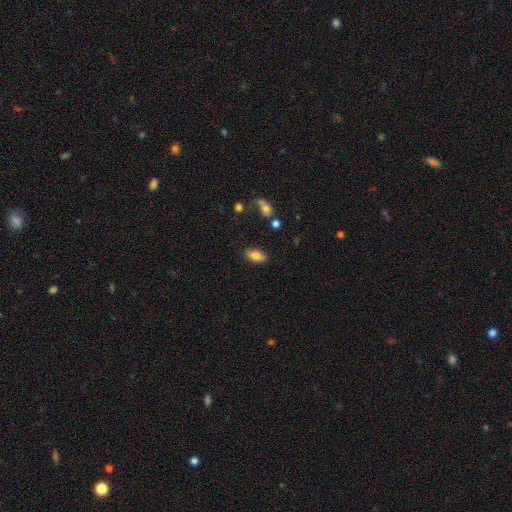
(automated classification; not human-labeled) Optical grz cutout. It shows a smooth galaxy with no disk features (80%) that is in between round and cigar-shaped (88%). Merging: none (84%).